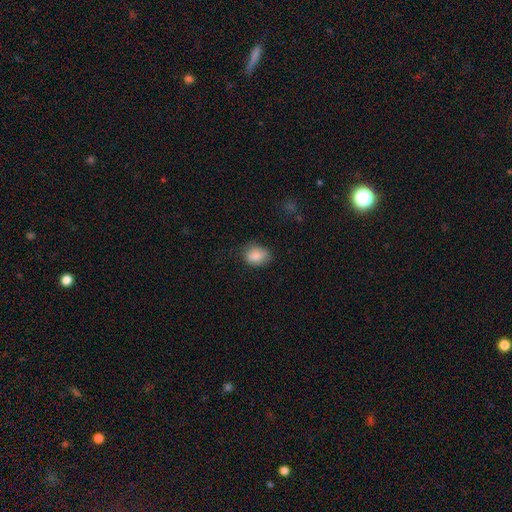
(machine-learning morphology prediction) smooth-or-featured: smooth: 86% | star or artifact: 8% | featured or disk: 6%
  how-rounded: in between: 68% | round: 31% | cigar-shaped: 1%
  merging: none: 69% | minor disturbance: 24% | major disturbance: 6% | merger: 1%